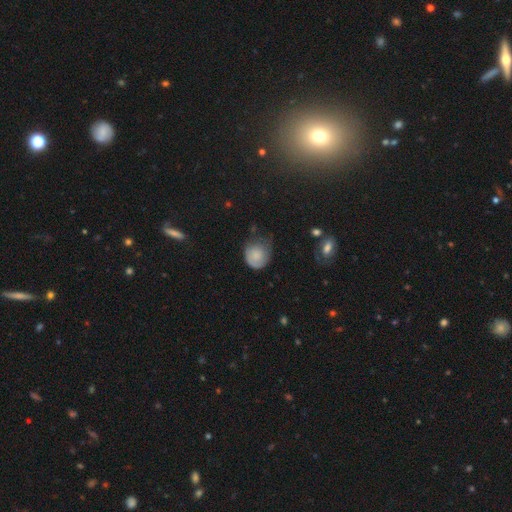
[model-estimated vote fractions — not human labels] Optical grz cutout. It shows a smooth galaxy with no disk features (74%) that is round (79%). Merging: none (41%).